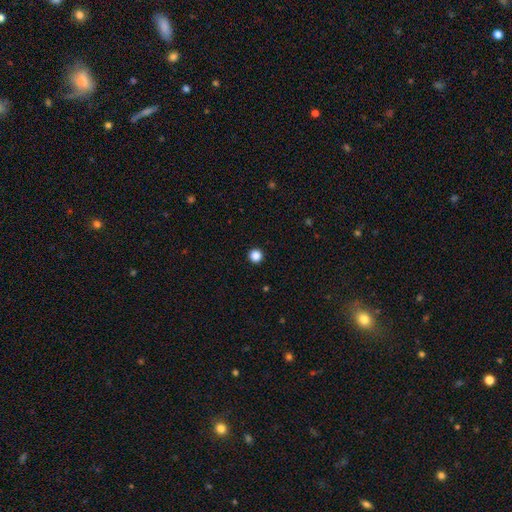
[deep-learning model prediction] This is clearly a smooth galaxy (86%). How rounded: clearly round (97%). Merging: clearly none (94%).